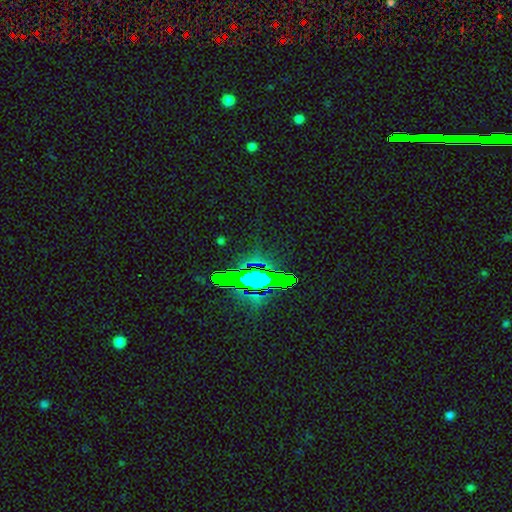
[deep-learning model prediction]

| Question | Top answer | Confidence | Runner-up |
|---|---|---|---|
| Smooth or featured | star or artifact | 65% | featured or disk (19%) |